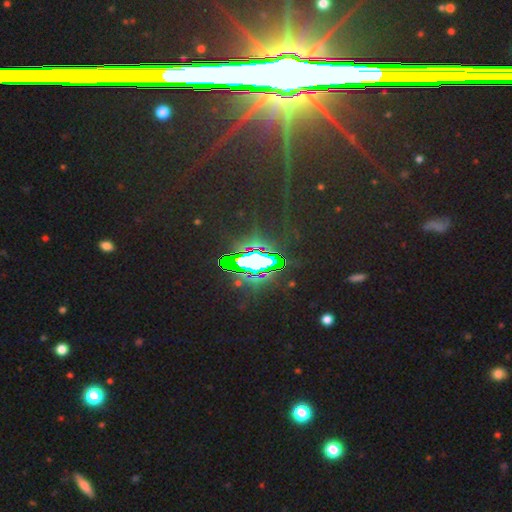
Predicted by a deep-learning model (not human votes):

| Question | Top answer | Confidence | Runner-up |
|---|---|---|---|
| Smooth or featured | star or artifact | 77% | smooth (12%) |